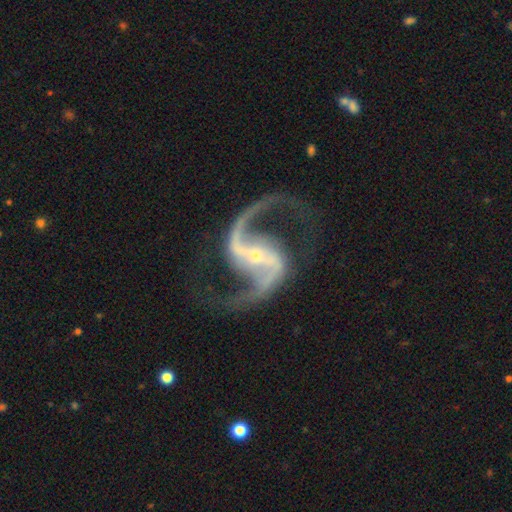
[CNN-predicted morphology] The model was most divided on "spiral winding": medium: 47%, loose: 46%, tight: 7%. More confident: spiral arms — yes (98%); edge-on disk — no (98%); spiral arm count — 2 (95%); smooth or featured — featured or disk (94%); merging — none (80%); bulge size — small (74%); bar — strong (62%).